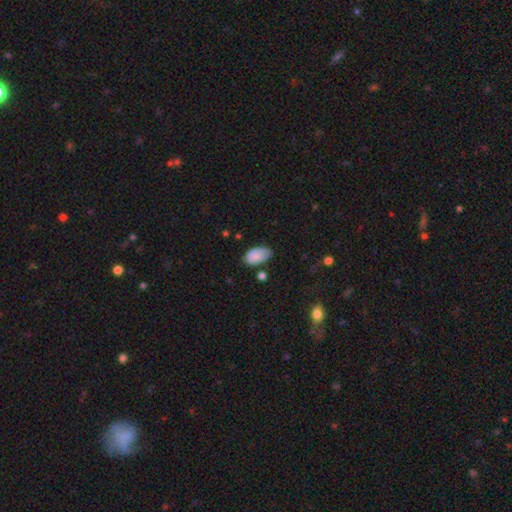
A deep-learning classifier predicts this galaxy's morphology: type=smooth (84%); roundness=in between (94%); merging=none (63%).